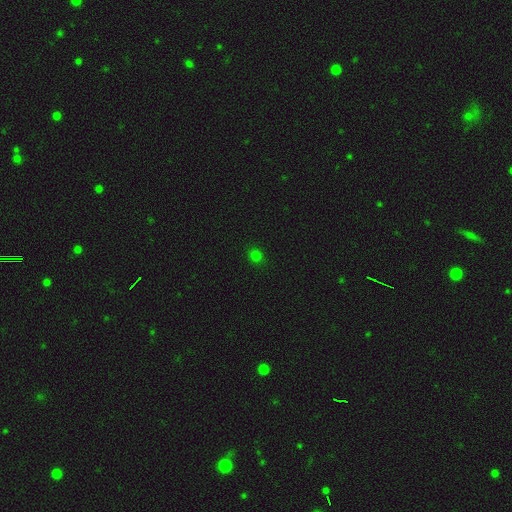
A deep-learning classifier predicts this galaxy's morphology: smooth 76%, star or artifact 21%, featured or disk 4%. Down the decision tree: how rounded — round (83%); merging — none (90%).